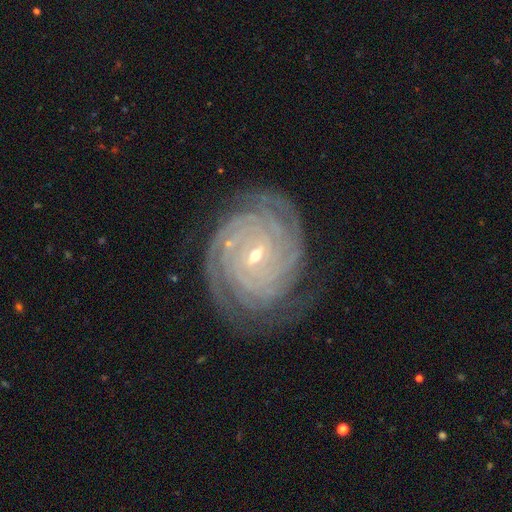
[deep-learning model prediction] A featured or disk galaxy (91%) with a weak bar (48%), 4 (27%) tight (89%) spiral arms (98%) and a small central bulge (69%).

Vote fractions:
- Smooth or featured? featured or disk: 91% / star or artifact: 5% / smooth: 4%
- Edge-on disk? no: 97% / yes: 3%
- Bar? weak: 48% / no: 30% / strong: 22%
- Spiral arms? yes: 98% / no: 2%
- Spiral winding? tight: 89% / medium: 9% / loose: 2%
- Spiral arm count? 4: 27% / can't tell: 20% / more than 4: 18% / 3: 15% / 2: 13% / 1: 8%
- Bulge size? small: 69% / moderate: 28% / large: 1% / none: 1% / dominant: 1%
- Merging? none: 80% / minor disturbance: 14% / major disturbance: 5% / merger: 2%